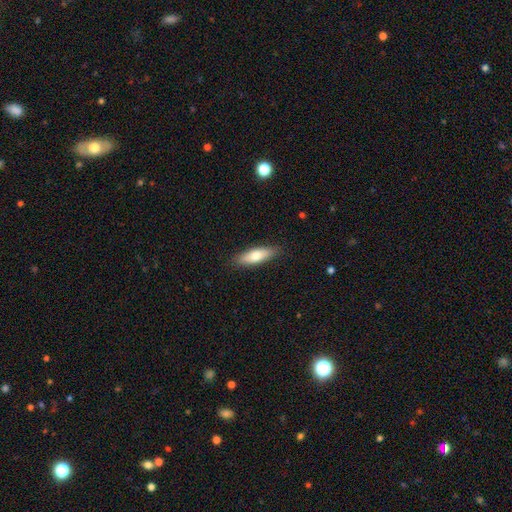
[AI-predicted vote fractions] Overall: smooth (71%). How rounded: in between (49%, tied with cigar-shaped). Merging: none (87%).